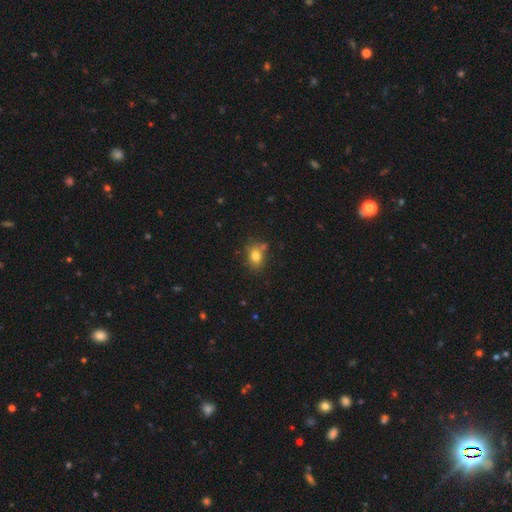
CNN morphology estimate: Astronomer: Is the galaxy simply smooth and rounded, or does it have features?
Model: smooth — 80%.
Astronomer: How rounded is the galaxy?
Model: in between — 57% (runner-up: round, 41%).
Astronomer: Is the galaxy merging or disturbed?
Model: none — 68%.